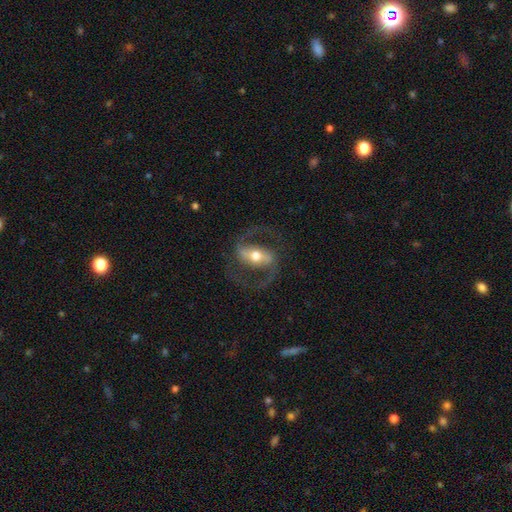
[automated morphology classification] type=featured or disk (87%); edge-on=no (95%); bar=strong (59%); spiral arms=yes (93%); winding=medium (61%); arm count=2 (93%); bulge=moderate (69%); merging=none (78%).